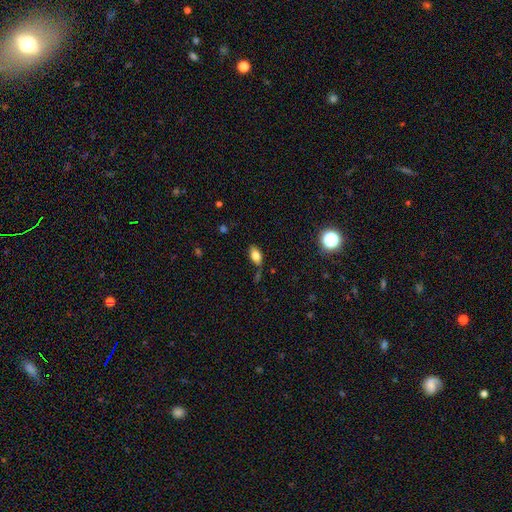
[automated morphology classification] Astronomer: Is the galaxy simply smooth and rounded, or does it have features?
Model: smooth — 78%.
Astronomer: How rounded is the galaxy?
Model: in between — 89%.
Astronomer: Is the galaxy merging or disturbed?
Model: none — 62%.